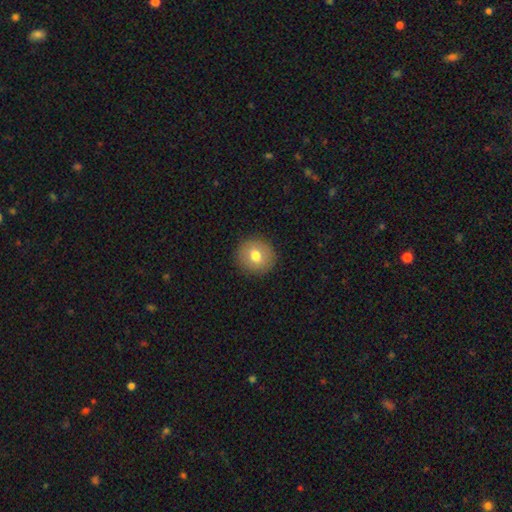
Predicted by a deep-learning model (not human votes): Morphology: type=smooth (74%); roundness=round (90%); merging=none (91%).